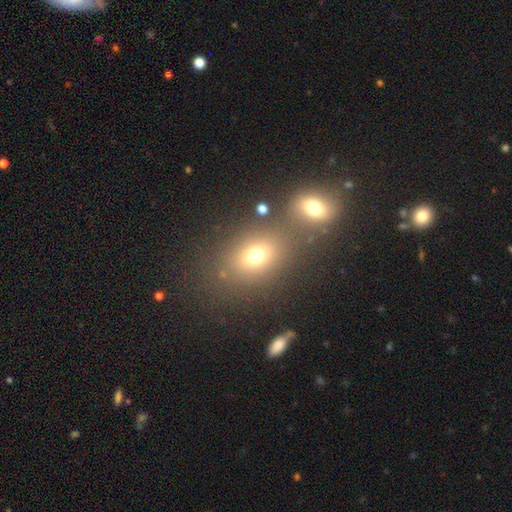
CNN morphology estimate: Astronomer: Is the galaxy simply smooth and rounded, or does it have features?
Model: smooth — 69%.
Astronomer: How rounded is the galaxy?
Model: in between — 53% (runner-up: round, 45%).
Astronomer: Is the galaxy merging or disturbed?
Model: none — 65%.